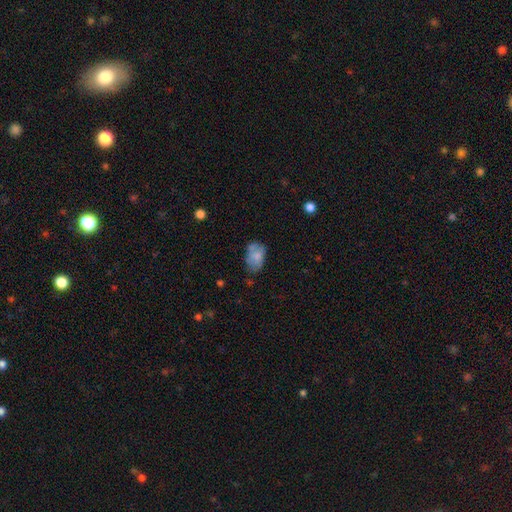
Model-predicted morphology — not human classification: Smooth or featured? Predicted: smooth (p=0.69). How rounded? Predicted: in between (p=0.86). Merging? Predicted: none (p=0.53).